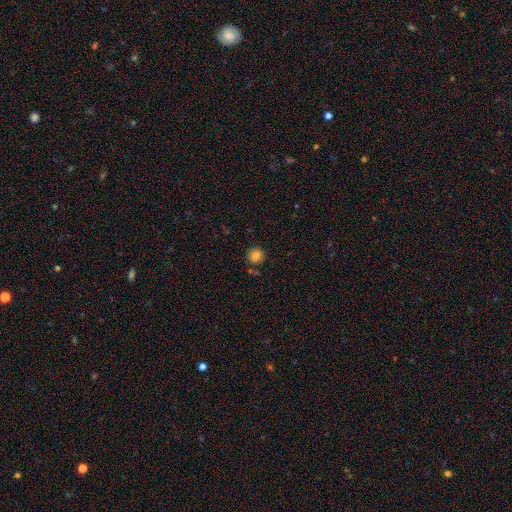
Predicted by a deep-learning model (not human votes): Smooth or featured?
  - smooth: 79% *
  - star or artifact: 11%
  - featured or disk: 10%
How rounded?
  - round: 92% *
  - in between: 7%
  - cigar-shaped: 1%
Merging?
  - none: 83% *
  - minor disturbance: 10%
  - merger: 5%
  - major disturbance: 2%